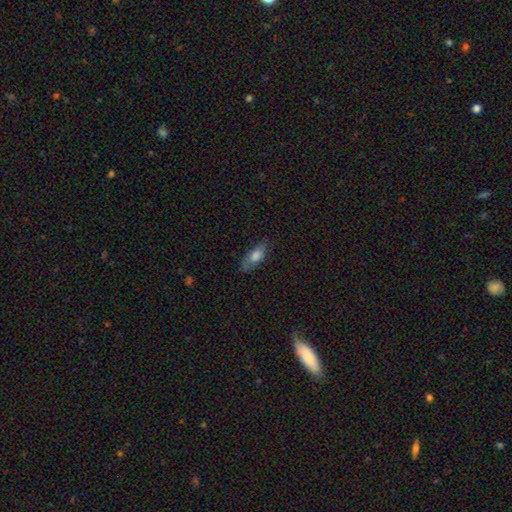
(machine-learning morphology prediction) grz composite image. It shows a smooth galaxy with no disk features (69%) that is in between round and cigar-shaped (72%). Merging: none (72%).